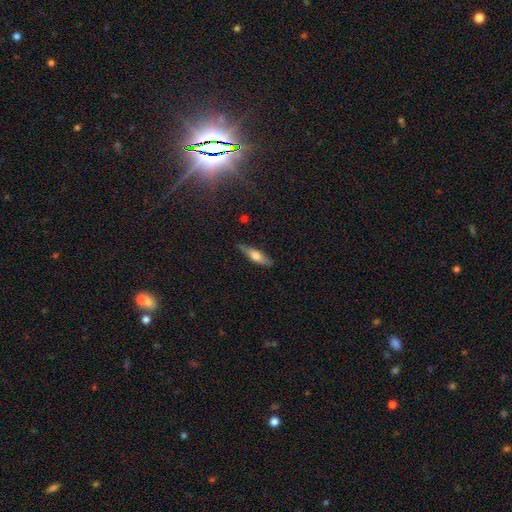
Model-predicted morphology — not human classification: Overall: smooth (58%; featured or disk 36%). How rounded: cigar-shaped (65%; in between 33%). Merging: none (82%).